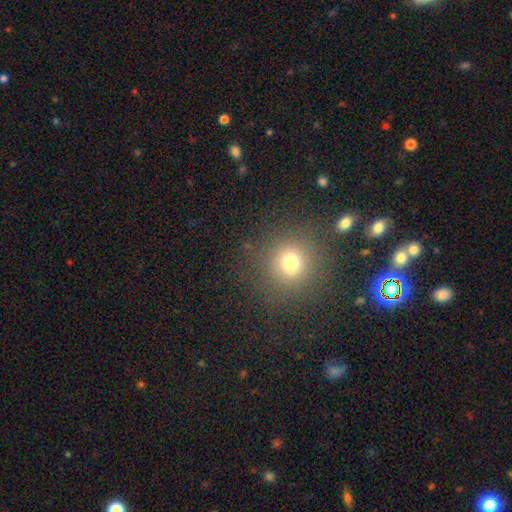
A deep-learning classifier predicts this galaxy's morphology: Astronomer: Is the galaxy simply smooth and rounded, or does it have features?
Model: smooth — 60%.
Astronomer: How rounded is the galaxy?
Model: round — 93%.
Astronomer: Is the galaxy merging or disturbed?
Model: none — 89%.